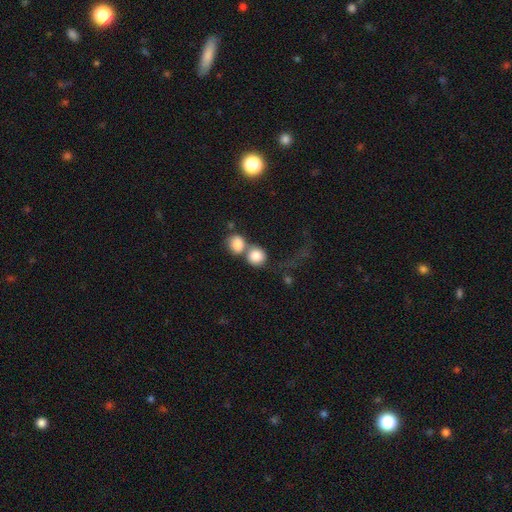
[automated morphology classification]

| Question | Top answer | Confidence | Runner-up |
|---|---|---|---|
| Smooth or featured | smooth | 82% | featured or disk (10%) |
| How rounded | round | 82% | in between (17%) |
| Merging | merger | 59% | none (27%) |